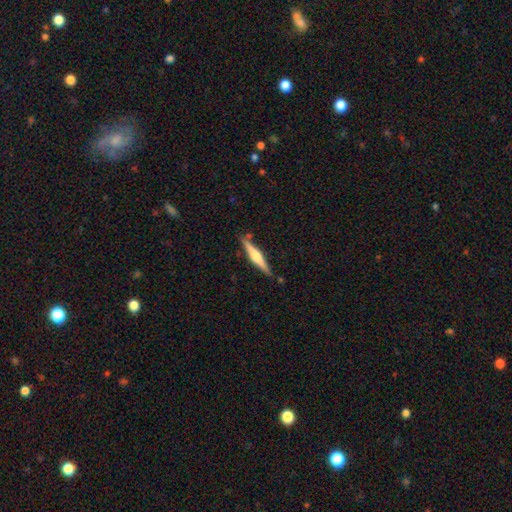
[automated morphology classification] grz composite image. It shows a featured or disk galaxy (64%) viewed edge-on (98%) with a rounded central bulge (83%). Merging: none (85%).